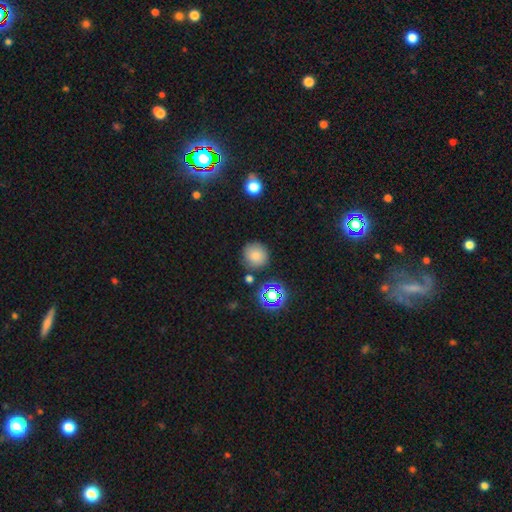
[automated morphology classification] Q: Smooth or featured?
A: smooth (77%); runner-up: star or artifact (15%)
Q: How rounded?
A: round (92%); runner-up: in between (7%)
Q: Merging?
A: none (79%); runner-up: minor disturbance (12%)